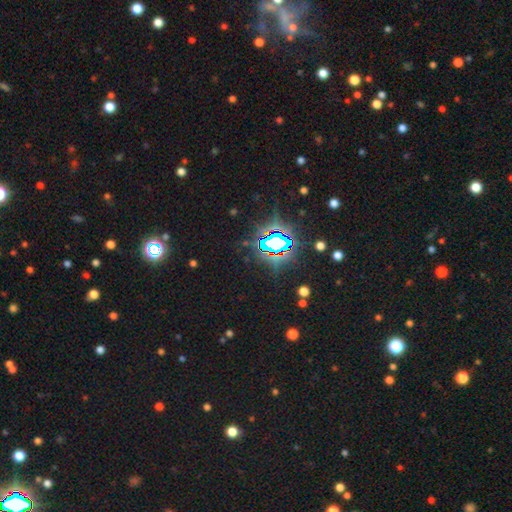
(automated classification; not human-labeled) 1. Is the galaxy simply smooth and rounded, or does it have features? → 84% star or artifact, 9% smooth, 7% featured or disk.